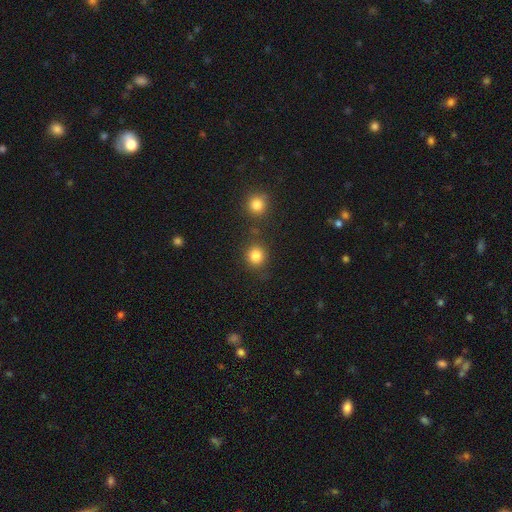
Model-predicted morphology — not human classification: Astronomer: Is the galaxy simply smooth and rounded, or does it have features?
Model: smooth — 83%.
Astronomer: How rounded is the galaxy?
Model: round — 86%.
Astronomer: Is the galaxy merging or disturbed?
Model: none — 78%.